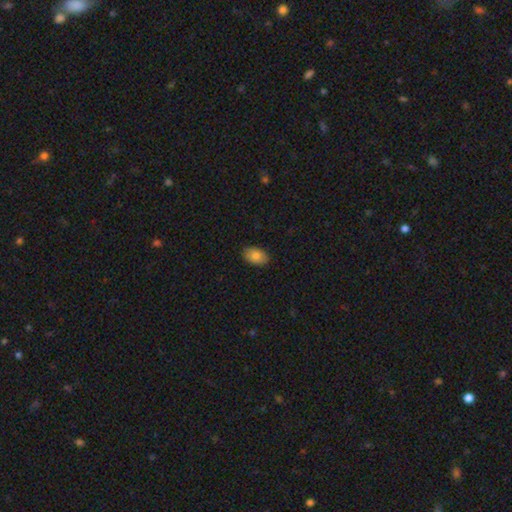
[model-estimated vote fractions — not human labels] Smooth or featured: smooth — 83% (featured or disk — 10%)
How rounded: in between — 90% (round — 9%)
Merging: none — 87% (minor disturbance — 10%)